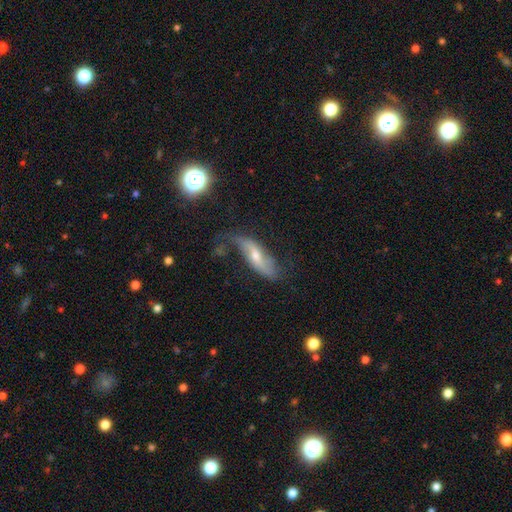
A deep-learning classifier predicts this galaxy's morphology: Smooth or featured?
  - featured or disk: 69% *
  - smooth: 22%
  - star or artifact: 9%
Edge-on disk?
  - no: 79% *
  - yes: 21%
Bar?
  - no: 43% *
  - weak: 35%
  - strong: 23%
Spiral arms?
  - yes: 86% *
  - no: 14%
Bulge size?
  - small: 48% *
  - moderate: 45%
  - none: 3%
  - large: 3%
  - dominant: 1%
Merging?
  - none: 51% *
  - minor disturbance: 27%
  - major disturbance: 18%
  - merger: 4%